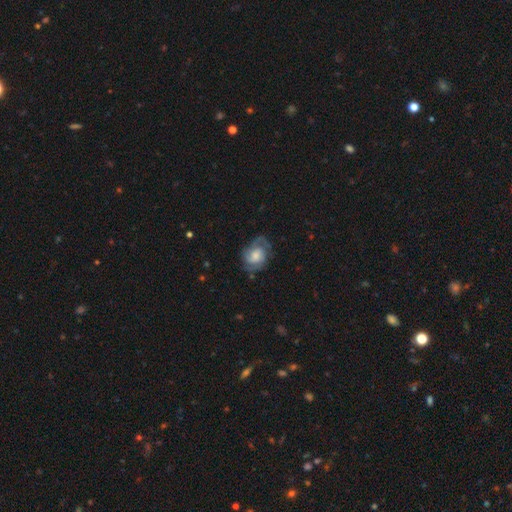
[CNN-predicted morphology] smooth-or-featured: featured or disk: 72% | smooth: 21% | star or artifact: 7%
  disk-edge-on: no: 97% | yes: 3%
    bar: no: 64% | weak: 31% | strong: 5%
    has-spiral-arms: yes: 93% | no: 7%
      spiral-winding: medium: 45% | tight: 38% | loose: 17%
      spiral-arm-count: 2: 54% | can't tell: 17% | 3: 16% | 1: 6% | 4: 3% | more than 4: 3%
    bulge-size: moderate: 44% | large: 24% | small: 22% | none: 7% | dominant: 3%
  merging: none: 65% | minor disturbance: 21% | major disturbance: 13% | merger: 1%